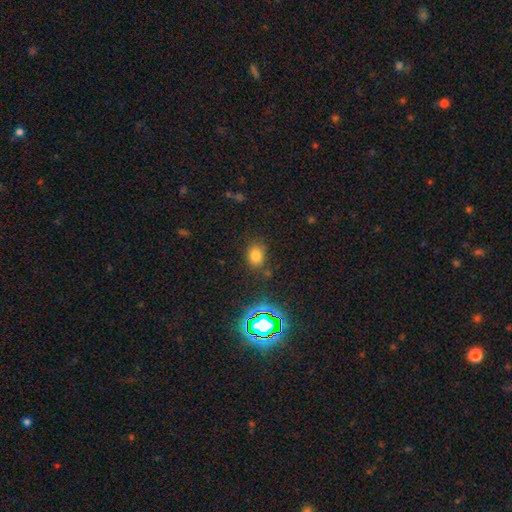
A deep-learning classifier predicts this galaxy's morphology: Overall: smooth (73%). How rounded: round (49%, tied with in between). Merging: none (77%).